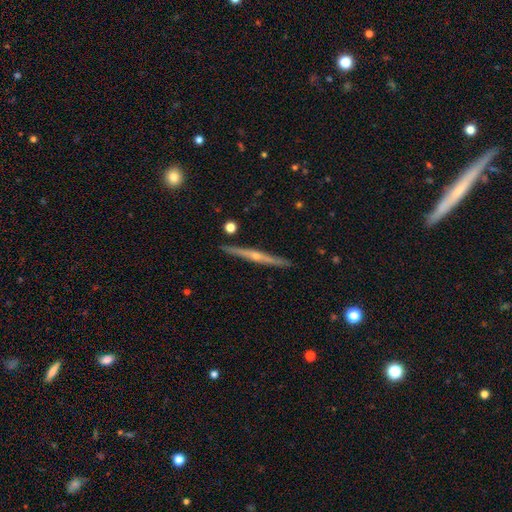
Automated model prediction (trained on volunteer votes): Morphology: type=featured or disk (80%); edge-on=yes (98%); edge-on bulge=rounded (84%); merging=none (91%).